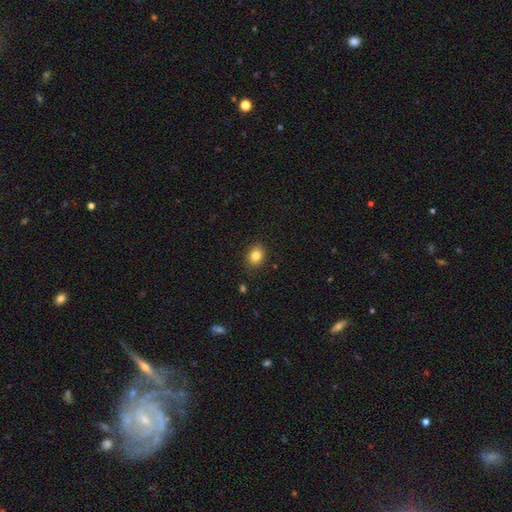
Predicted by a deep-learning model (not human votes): The model was most divided on "how rounded": in between: 51%, round: 48%, cigar-shaped: 1%. More confident: merging — none (87%); smooth or featured — smooth (83%).